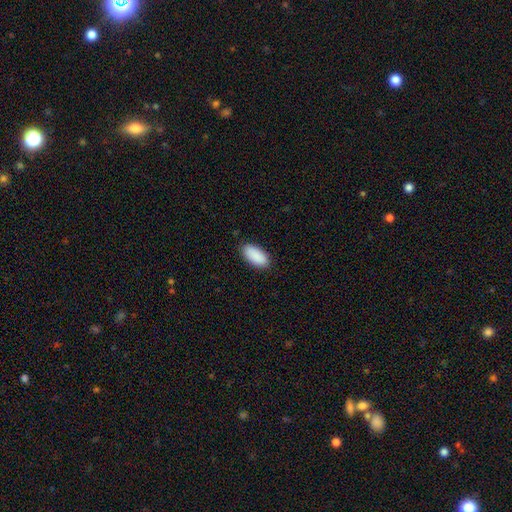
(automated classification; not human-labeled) This is clearly a smooth galaxy (91%). How rounded: clearly in between (93%). Merging: clearly none (88%).